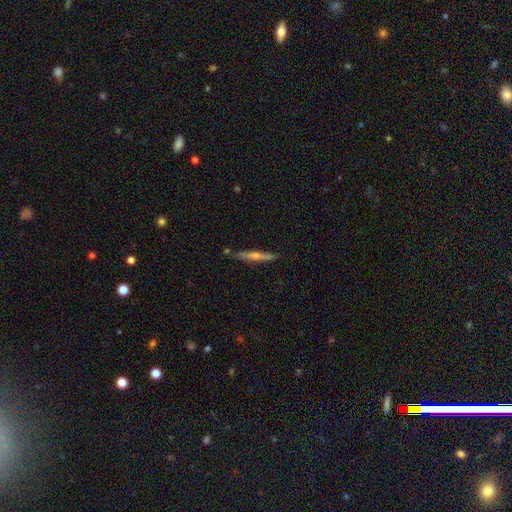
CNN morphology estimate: Smooth or featured? featured or disk (72%)
Edge-on disk? yes (97%)
Edge-on bulge? rounded (83%)
Merging? none (86%)